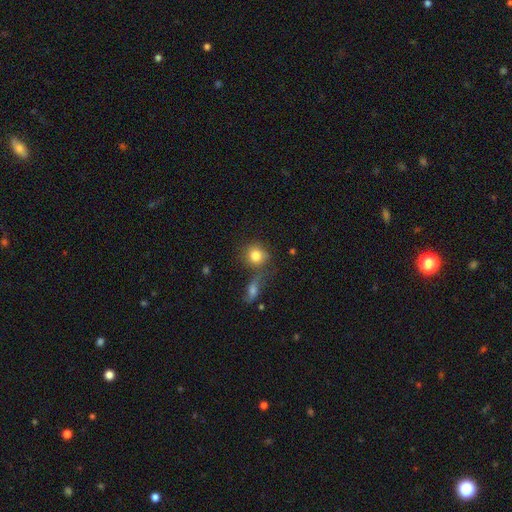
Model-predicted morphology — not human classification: Smooth or featured?
  - smooth: 82% *
  - star or artifact: 10%
  - featured or disk: 8%
How rounded?
  - round: 83% *
  - in between: 16%
  - cigar-shaped: 1%
Merging?
  - none: 60% *
  - merger: 22%
  - minor disturbance: 13%
  - major disturbance: 5%